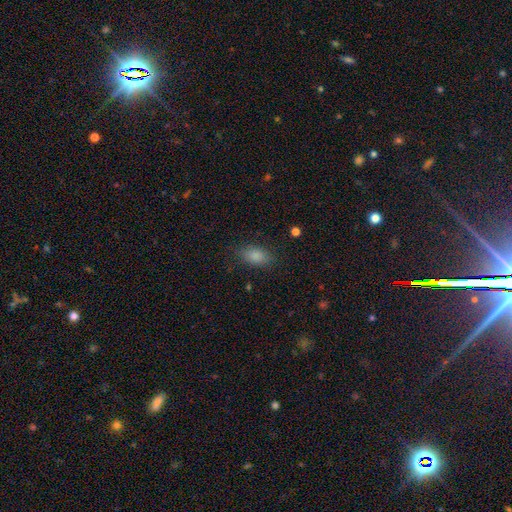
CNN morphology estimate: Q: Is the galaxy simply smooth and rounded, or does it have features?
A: smooth — 85%.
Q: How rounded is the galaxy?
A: in between — 89%.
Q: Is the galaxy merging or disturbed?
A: none — 82%.